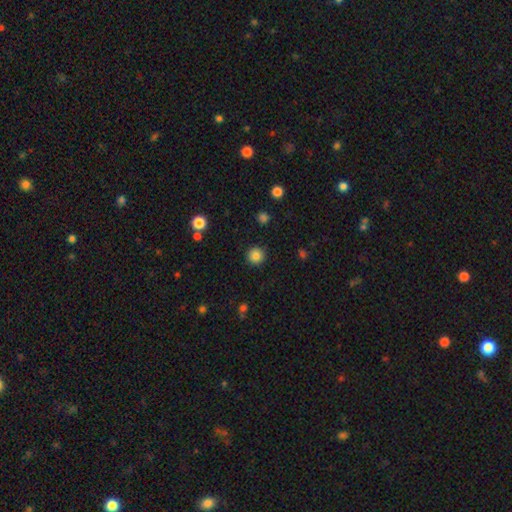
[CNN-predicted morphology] A smooth galaxy with no disk features (85%) that is round (95%). Merging: none (91%).